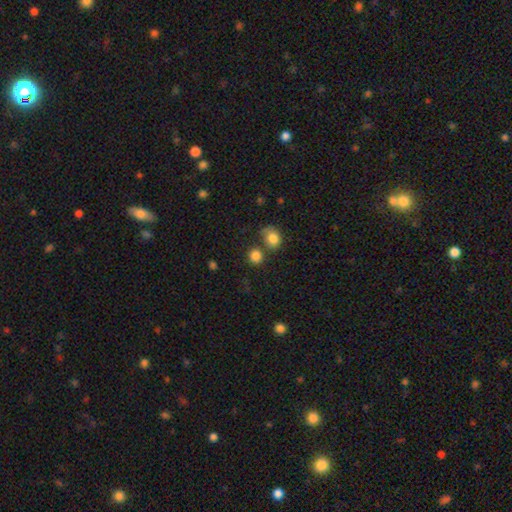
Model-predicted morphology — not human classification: type=smooth (84%); roundness=round (86%); merging=none (66%).